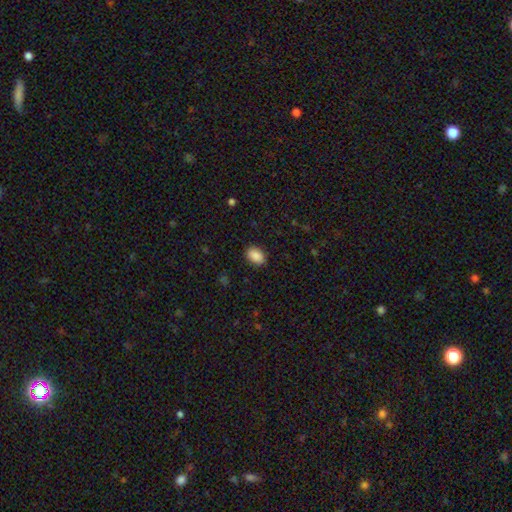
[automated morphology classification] A smooth galaxy with no disk features (90%) that is in between round and cigar-shaped (85%). Merging: none (89%).